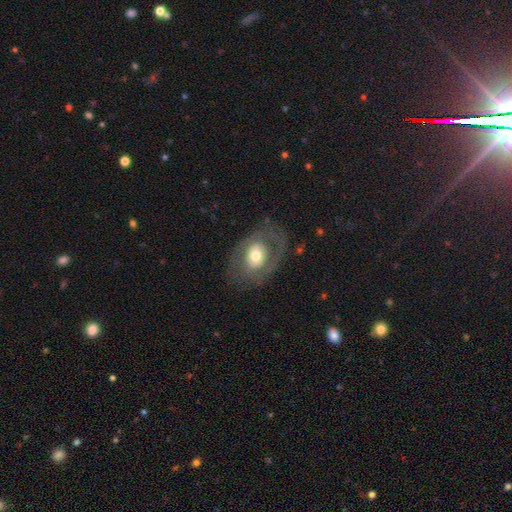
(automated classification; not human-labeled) featured or disk 56%, smooth 37%, star or artifact 7%. Down the decision tree: edge-on disk — no (93%); bar — no (74%); spiral arms — no (62%); bulge size — moderate (64%); merging — none (69%).